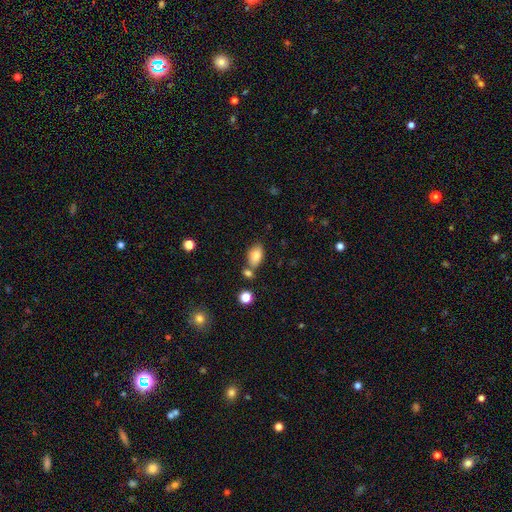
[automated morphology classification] Smooth or featured?
  - smooth: 83% *
  - featured or disk: 8%
  - star or artifact: 8%
How rounded?
  - in between: 90% *
  - round: 9%
  - cigar-shaped: 2%
Merging?
  - none: 63% *
  - merger: 18%
  - minor disturbance: 14%
  - major disturbance: 4%